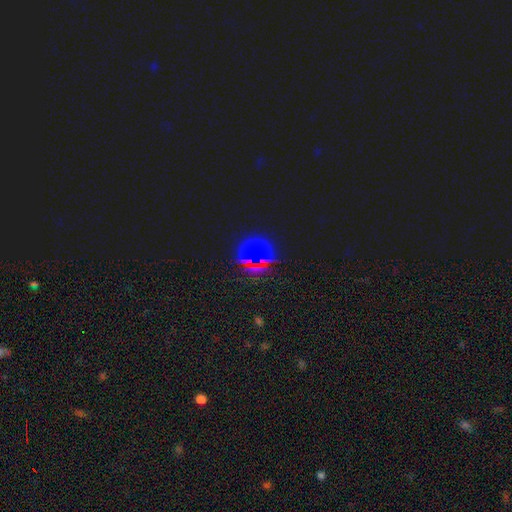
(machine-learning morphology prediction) Smooth or featured?
  - star or artifact: 52% *
  - smooth: 41%
  - featured or disk: 7%